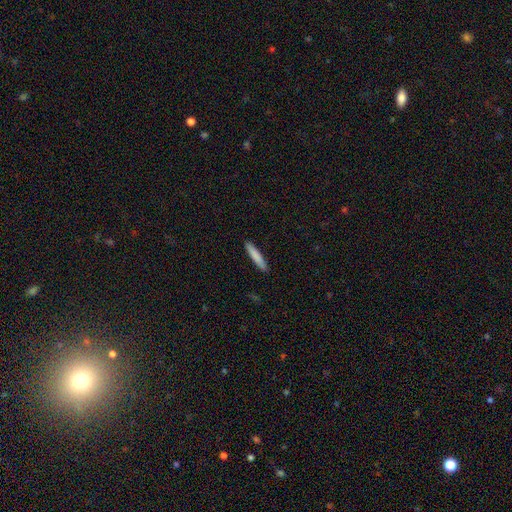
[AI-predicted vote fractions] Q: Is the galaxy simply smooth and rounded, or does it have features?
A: smooth — 83%.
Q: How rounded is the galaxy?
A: cigar-shaped — 92%.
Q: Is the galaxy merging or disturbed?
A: none — 91%.